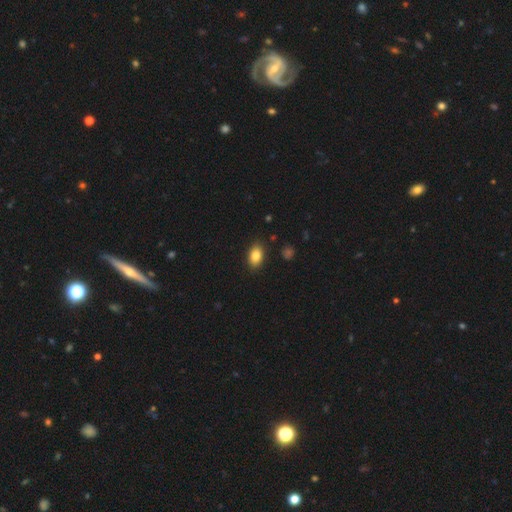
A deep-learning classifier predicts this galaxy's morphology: This is clearly a smooth galaxy (84%). How rounded: clearly in between (85%). Merging: clearly none (87%).